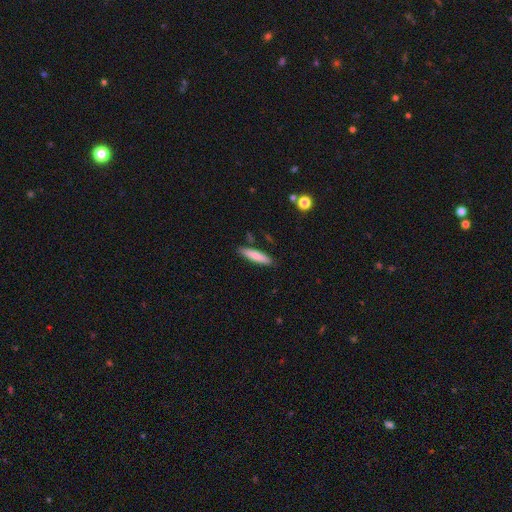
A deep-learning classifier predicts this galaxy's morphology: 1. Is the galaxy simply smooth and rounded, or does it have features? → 78% smooth, 16% featured or disk, 6% star or artifact.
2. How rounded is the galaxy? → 81% cigar-shaped, 17% in between, 1% round.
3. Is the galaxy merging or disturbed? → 85% none, 10% minor disturbance, 3% merger, 2% major disturbance.